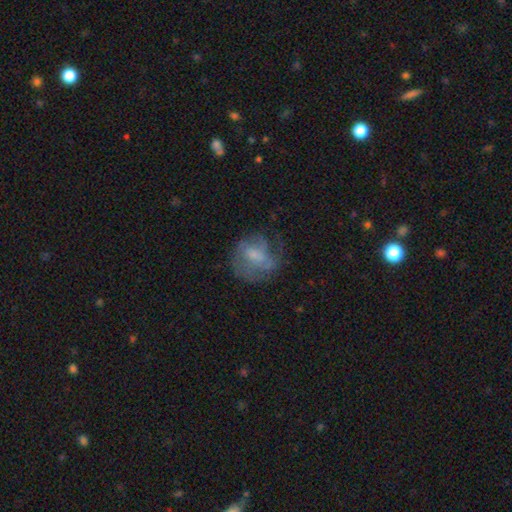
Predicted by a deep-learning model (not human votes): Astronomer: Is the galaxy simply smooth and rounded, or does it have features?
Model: featured or disk — 51% (runner-up: smooth, 40%).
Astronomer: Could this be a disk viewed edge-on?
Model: no — 97%.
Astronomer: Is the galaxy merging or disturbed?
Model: none — 50% (runner-up: major disturbance, 25%).